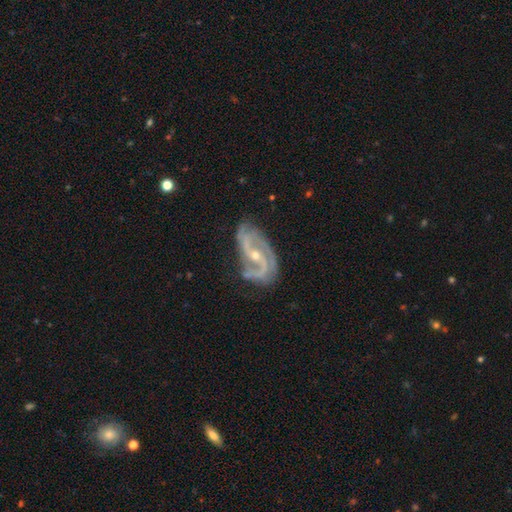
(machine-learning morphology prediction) Smooth or featured? featured or disk (89%)
Edge-on disk? no (96%)
Bar? weak (39%)
Spiral arms? yes (97%)
Spiral winding? medium (49%)
Spiral arm count? 2 (73%)
Bulge size? small (61%)
Merging? none (61%)